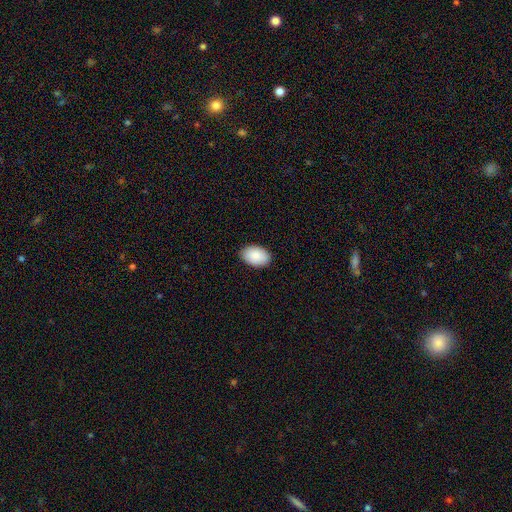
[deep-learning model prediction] smooth_or_featured: smooth (p=0.90) [alt: star or artifact p=0.06]
how_rounded: in between (p=0.91) [alt: round p=0.08]
merging: none (p=0.89) [alt: minor disturbance p=0.09]